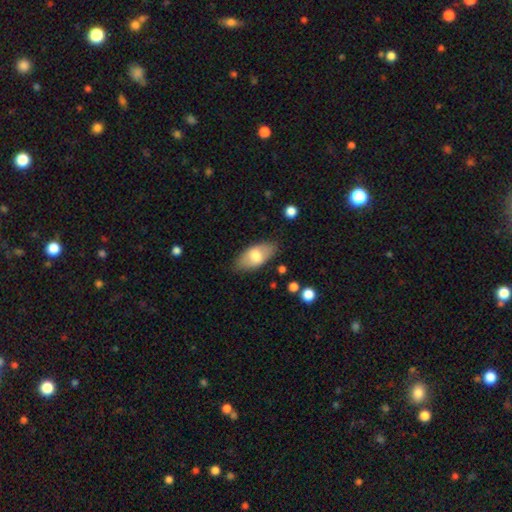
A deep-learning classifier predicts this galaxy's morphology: The model was most divided on "smooth or featured": smooth: 68%, featured or disk: 26%, star or artifact: 6%. More confident: how rounded — in between (91%); merging — none (81%).